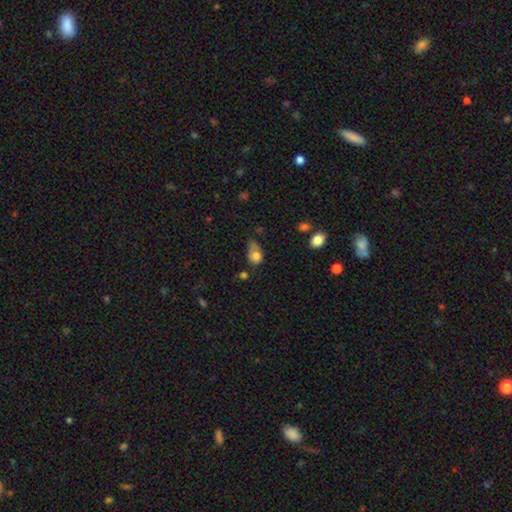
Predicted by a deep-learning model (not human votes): Smooth or featured? smooth (77%)
How rounded? in between (63%)
Merging? minor disturbance (36%)